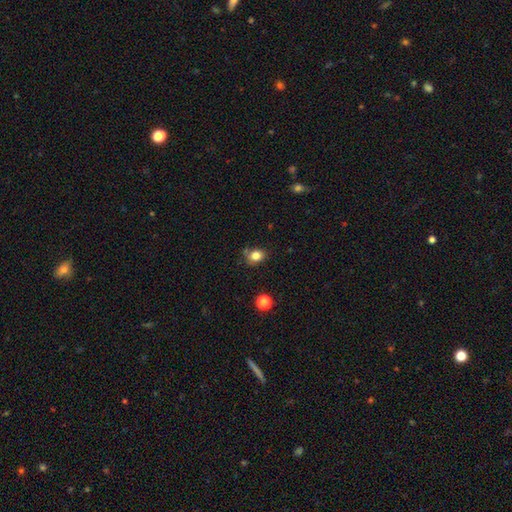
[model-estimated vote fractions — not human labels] A smooth galaxy with no disk features (82%) that is round (54%).

Vote fractions:
- Smooth or featured? smooth: 82% / star or artifact: 12% / featured or disk: 6%
- How rounded? round: 54% / in between: 45% / cigar-shaped: 1%
- Merging? none: 70% / minor disturbance: 19% / merger: 6% / major disturbance: 4%